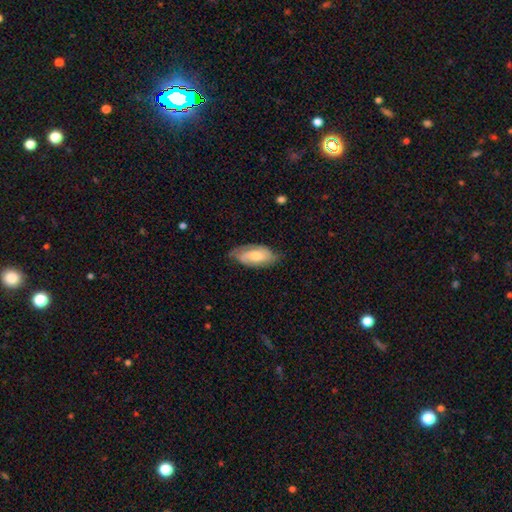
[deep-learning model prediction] This is possibly a featured or disk galaxy (50%). It is clearly not viewed edge-on (91%). Merging: likely none (66%).